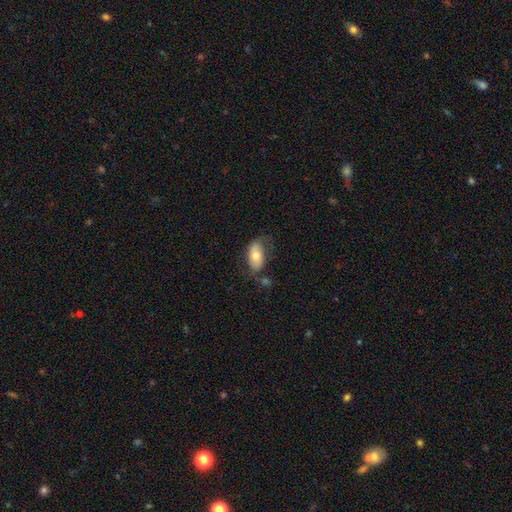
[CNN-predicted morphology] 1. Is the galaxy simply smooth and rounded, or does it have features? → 66% smooth, 28% featured or disk, 6% star or artifact.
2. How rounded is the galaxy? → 93% in between, 4% round, 3% cigar-shaped.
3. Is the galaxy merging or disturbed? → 54% none, 26% minor disturbance, 12% major disturbance, 8% merger.